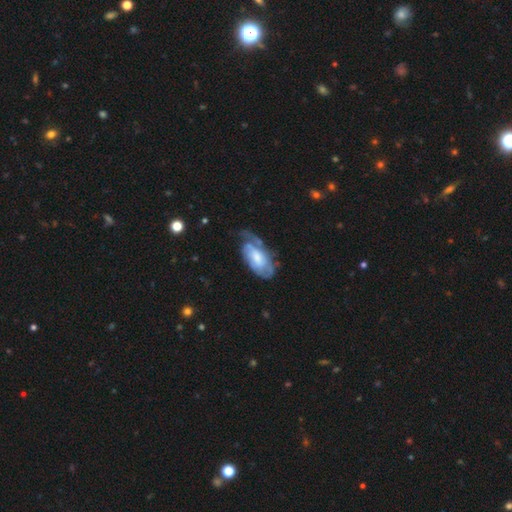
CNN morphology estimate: A featured or disk galaxy (71%) with no bar (62%), tight (53%) spiral arms (86%) and a moderate central bulge (42%). Merging: none (48%).